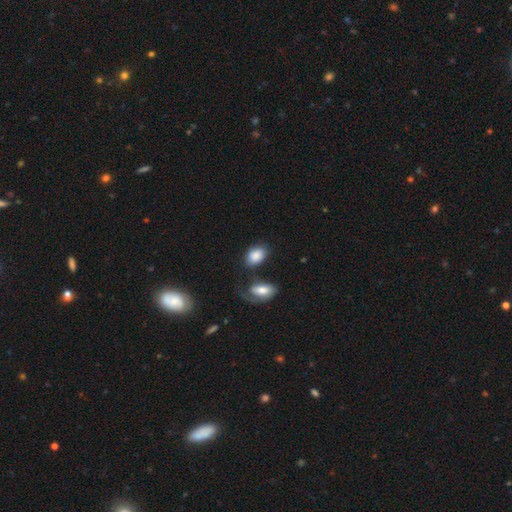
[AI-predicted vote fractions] smooth_or_featured: smooth (p=0.86) [alt: featured or disk p=0.08]
how_rounded: in between (p=0.83) [alt: round p=0.15]
merging: none (p=0.58) [alt: minor disturbance p=0.19]